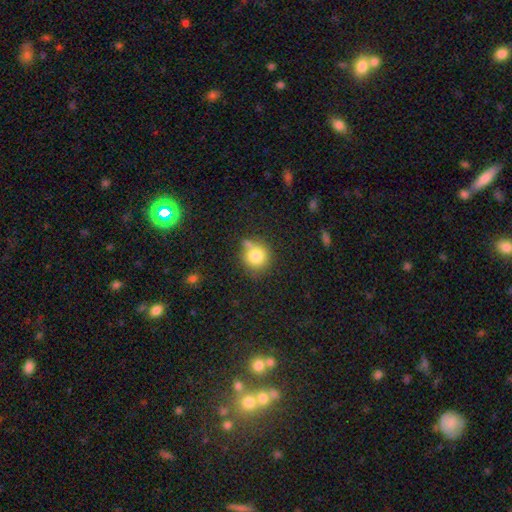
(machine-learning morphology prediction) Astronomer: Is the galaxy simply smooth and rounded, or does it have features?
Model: smooth — 80%.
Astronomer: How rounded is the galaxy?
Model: round — 88%.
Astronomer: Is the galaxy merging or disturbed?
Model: none — 64%.